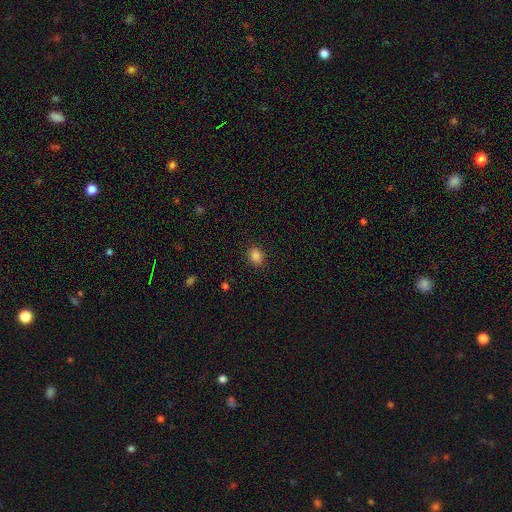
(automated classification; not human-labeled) The model was most divided on "how rounded": in between: 57%, round: 42%, cigar-shaped: 1%. More confident: merging — none (88%); smooth or featured — smooth (85%).